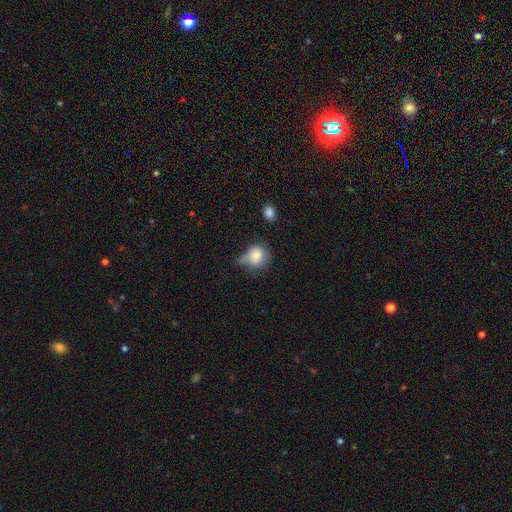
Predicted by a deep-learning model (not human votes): Q: Smooth or featured?
A: smooth (81%); runner-up: featured or disk (10%)
Q: How rounded?
A: round (69%); runner-up: in between (30%)
Q: Merging?
A: minor disturbance (39%); runner-up: none (37%)